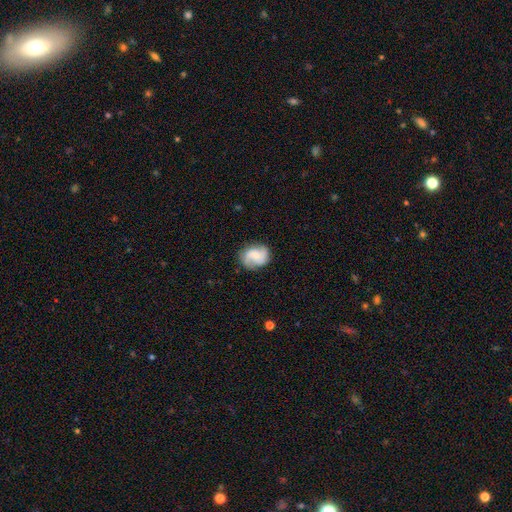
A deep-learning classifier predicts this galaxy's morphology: smooth_or_featured: featured or disk (p=0.58) [alt: smooth p=0.34]
disk_edge_on: no (p=0.98) [alt: yes p=0.02]
bar: no (p=0.61) [alt: weak p=0.32]
has_spiral_arms: yes (p=0.92) [alt: no p=0.08]
spiral_winding: medium (p=0.44) [alt: loose p=0.34]
spiral_arm_count: 2 (p=0.71) [alt: can't tell p=0.10]
bulge_size: small (p=0.50) [alt: moderate p=0.30]
merging: none (p=0.73) [alt: minor disturbance p=0.19]